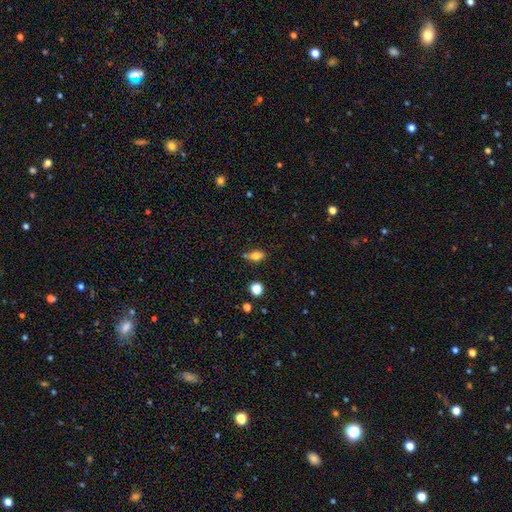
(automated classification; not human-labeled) Morphology: type=smooth (79%); roundness=in between (79%); merging=none (65%).